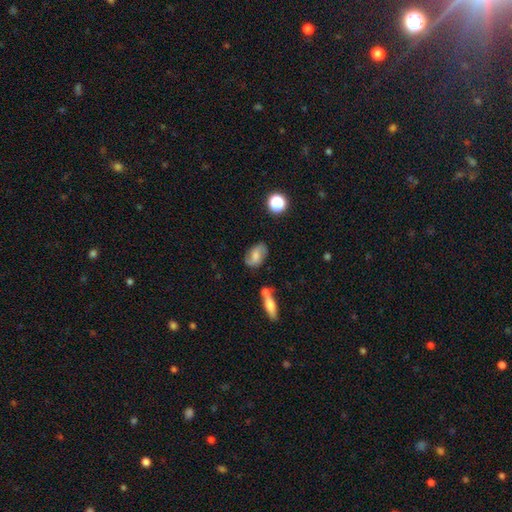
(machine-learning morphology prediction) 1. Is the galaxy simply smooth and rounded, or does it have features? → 45% featured or disk (tied), 45% smooth (tied), 10% star or artifact.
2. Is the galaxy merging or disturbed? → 72% none, 18% minor disturbance, 6% merger, 5% major disturbance.